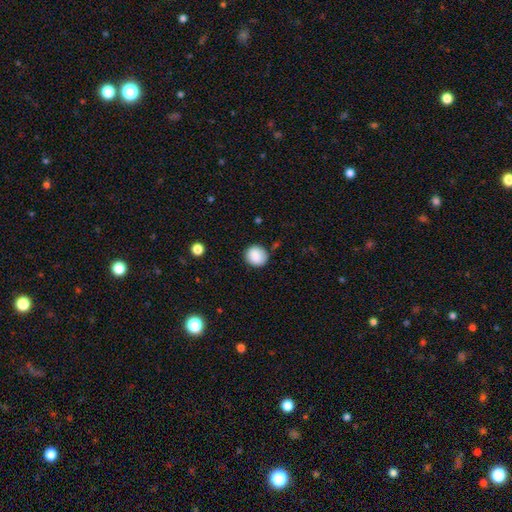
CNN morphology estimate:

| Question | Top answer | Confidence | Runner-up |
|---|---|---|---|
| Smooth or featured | smooth | 87% | star or artifact (8%) |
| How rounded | round | 86% | in between (13%) |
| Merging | none | 84% | minor disturbance (11%) |